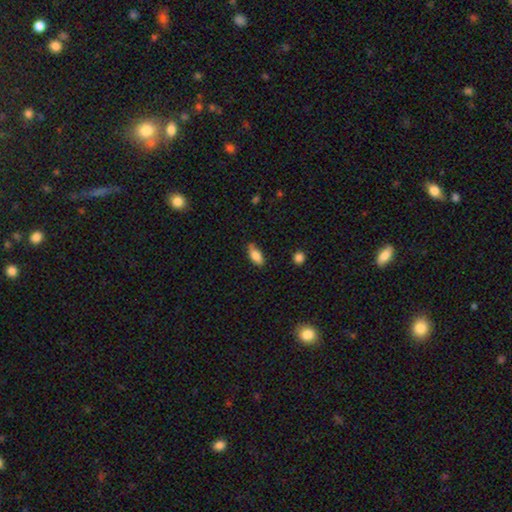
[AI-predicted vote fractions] A smooth galaxy with no disk features (83%) that is in between round and cigar-shaped (87%). Merging: none (69%).